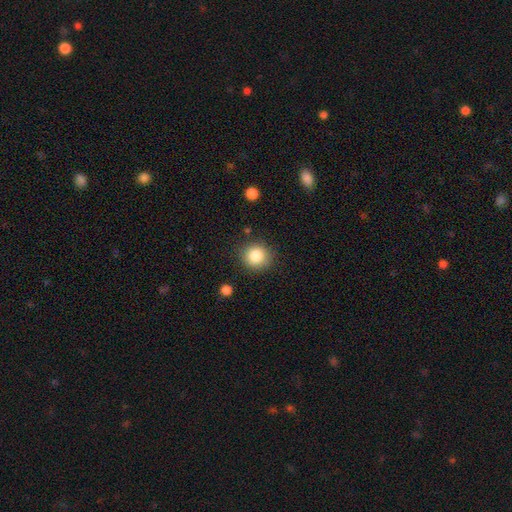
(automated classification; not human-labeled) Smooth or featured?
  - smooth: 85% *
  - star or artifact: 10%
  - featured or disk: 6%
How rounded?
  - round: 90% *
  - in between: 9%
  - cigar-shaped: 1%
Merging?
  - none: 85% *
  - minor disturbance: 9%
  - major disturbance: 3%
  - merger: 2%